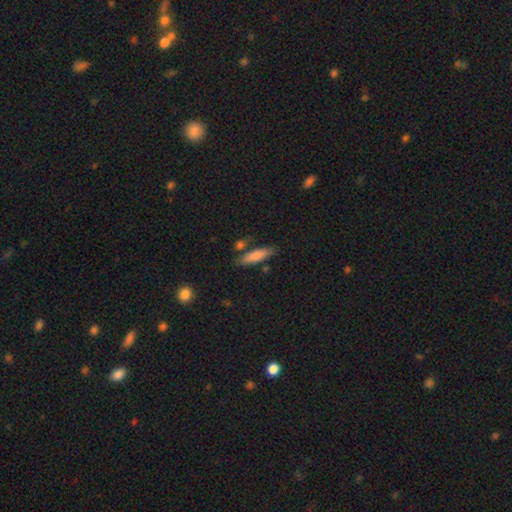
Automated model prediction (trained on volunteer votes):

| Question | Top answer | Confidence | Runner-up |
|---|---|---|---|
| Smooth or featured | smooth | 80% | featured or disk (14%) |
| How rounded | cigar-shaped | 63% | in between (35%) |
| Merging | none | 76% | minor disturbance (13%) |